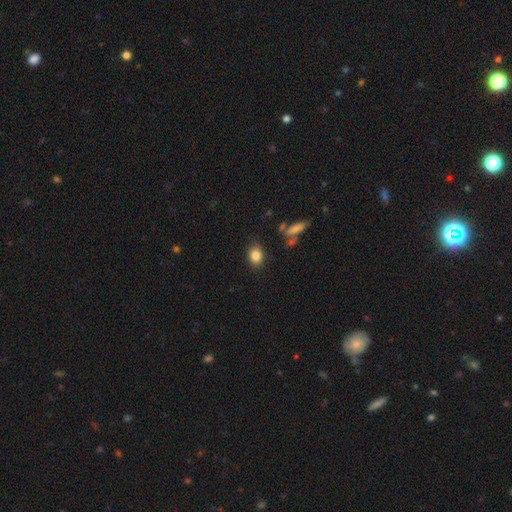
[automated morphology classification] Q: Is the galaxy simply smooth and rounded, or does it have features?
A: smooth — 83%.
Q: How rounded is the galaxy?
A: in between — 59%.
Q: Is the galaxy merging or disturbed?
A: none — 83%.